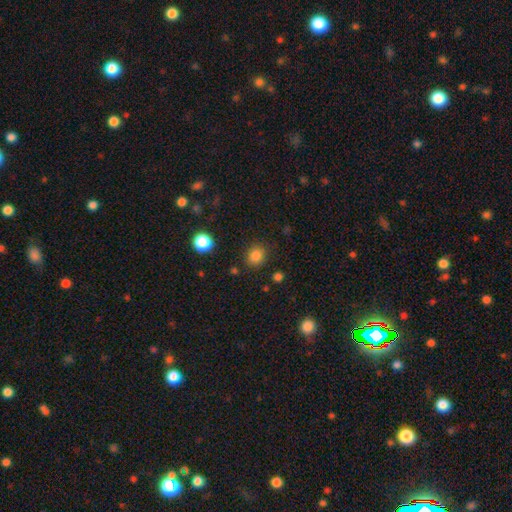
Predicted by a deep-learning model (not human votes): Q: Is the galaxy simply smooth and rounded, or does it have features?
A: smooth — 83%.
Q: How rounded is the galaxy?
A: round — 77%.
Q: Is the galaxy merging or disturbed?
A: none — 86%.